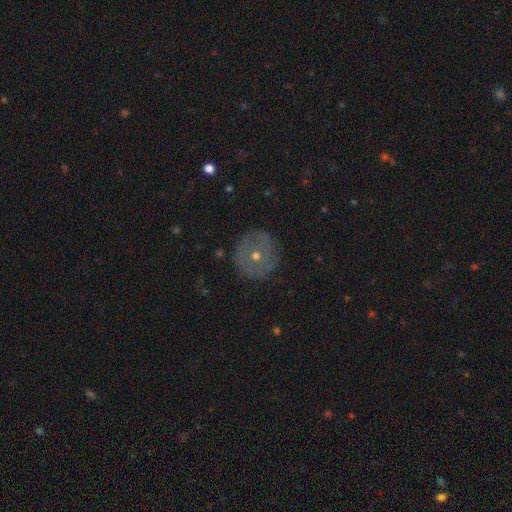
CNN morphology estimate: Overall: featured or disk (53%; smooth 36%). Edge-on disk: no (95%). Merging: none (83%).